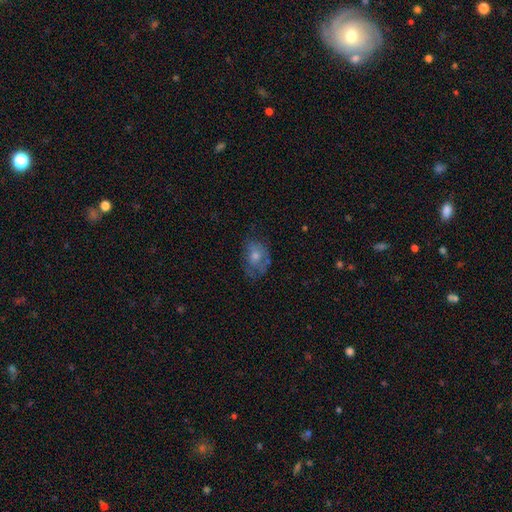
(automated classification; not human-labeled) smooth-or-featured: smooth: 60% | featured or disk: 31% | star or artifact: 10%
  how-rounded: in between: 72% | round: 27% | cigar-shaped: 1%
  merging: none: 49% | minor disturbance: 29% | major disturbance: 19% | merger: 3%